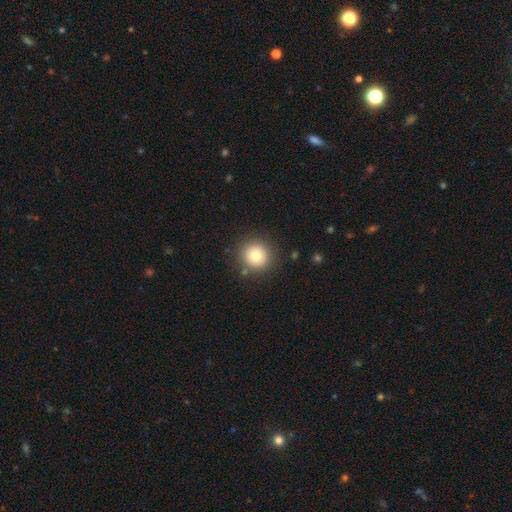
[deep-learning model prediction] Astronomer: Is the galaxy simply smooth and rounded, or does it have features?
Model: smooth — 76%.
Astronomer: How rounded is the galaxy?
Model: round — 95%.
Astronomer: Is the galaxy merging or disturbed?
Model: none — 88%.